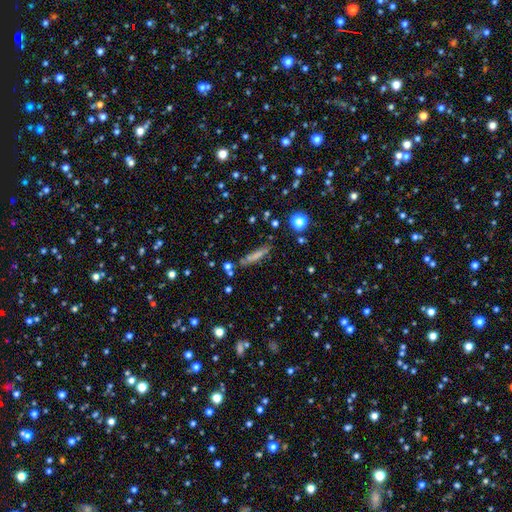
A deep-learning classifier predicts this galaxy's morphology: smooth_or_featured: smooth (p=0.65) [alt: featured or disk p=0.22]
how_rounded: cigar-shaped (p=0.81) [alt: in between p=0.15]
merging: none (p=0.71) [alt: minor disturbance p=0.17]